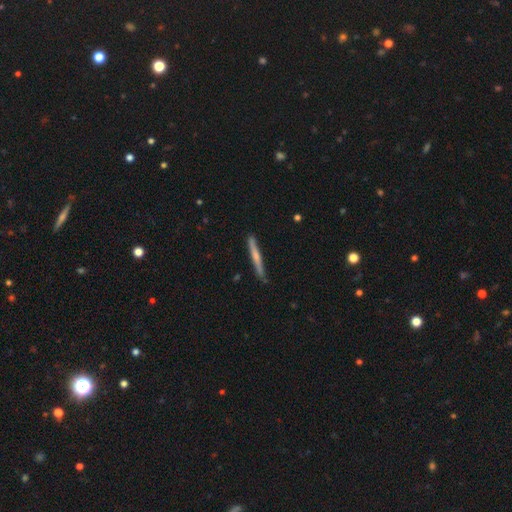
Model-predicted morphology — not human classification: type=smooth (50%); roundness=cigar-shaped (96%); merging=none (84%).